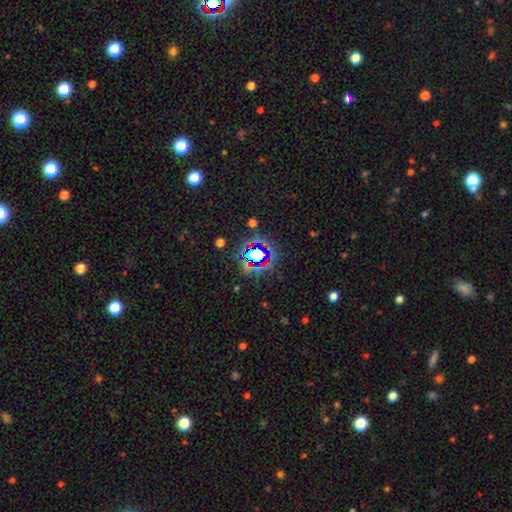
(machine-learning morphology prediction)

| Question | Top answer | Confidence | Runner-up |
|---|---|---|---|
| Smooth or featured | star or artifact | 71% | smooth (17%) |